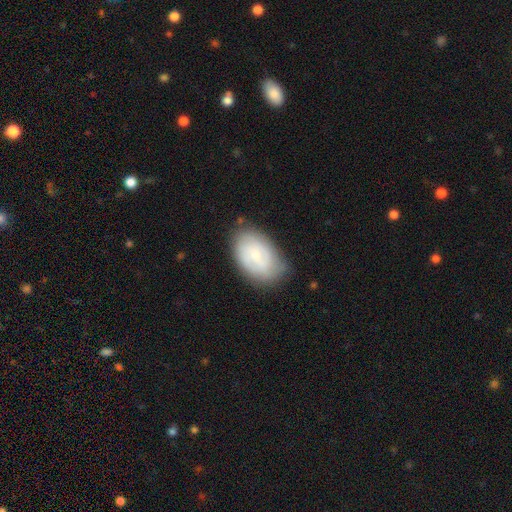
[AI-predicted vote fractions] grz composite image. It shows a featured or disk galaxy (48%). Merging: none (73%).